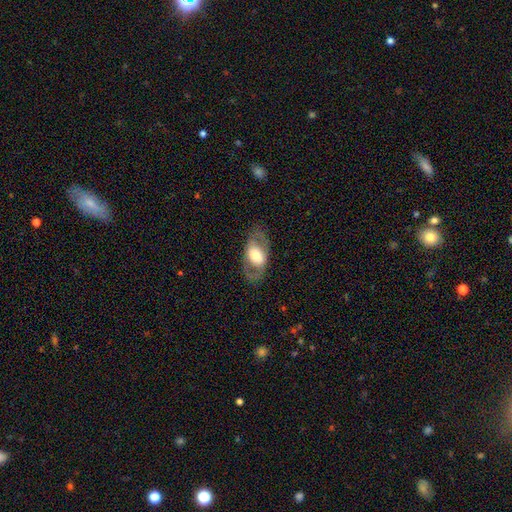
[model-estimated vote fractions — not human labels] This is possibly a featured or disk galaxy (55%). It is clearly not viewed edge-on (88%). Merging: likely none (76%).